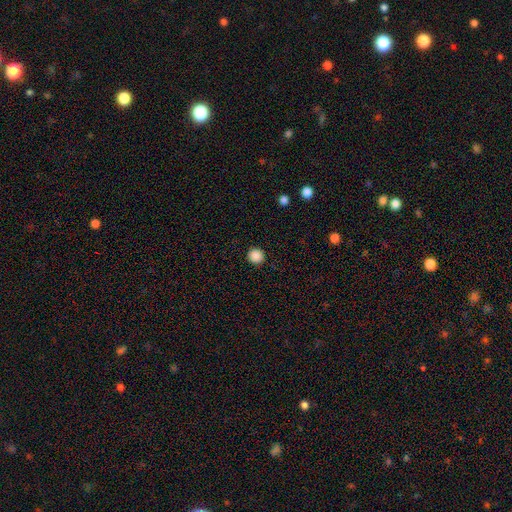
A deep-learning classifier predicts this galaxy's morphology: Smooth or featured?
  - smooth: 87% *
  - star or artifact: 10%
  - featured or disk: 2%
How rounded?
  - round: 95% *
  - in between: 4%
  - cigar-shaped: 1%
Merging?
  - none: 92% *
  - minor disturbance: 5%
  - major disturbance: 2%
  - merger: 1%